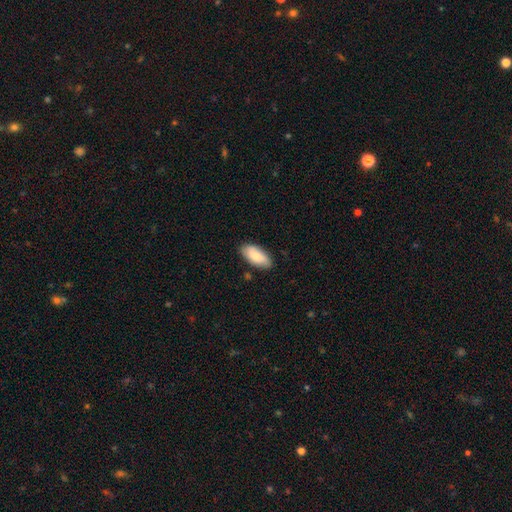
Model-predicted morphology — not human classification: A smooth galaxy with no disk features (83%) that is in between round and cigar-shaped (90%). Merging: none (84%).